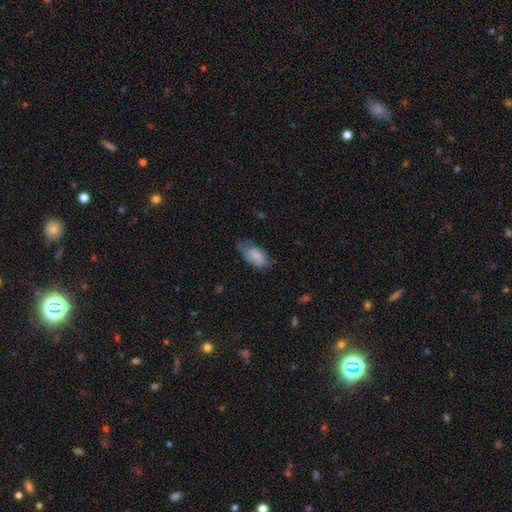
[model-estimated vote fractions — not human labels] The model was most divided on "merging": none: 44%, minor disturbance: 40%, major disturbance: 14%, merger: 2%. More confident: how rounded — in between (93%); smooth or featured — smooth (77%).